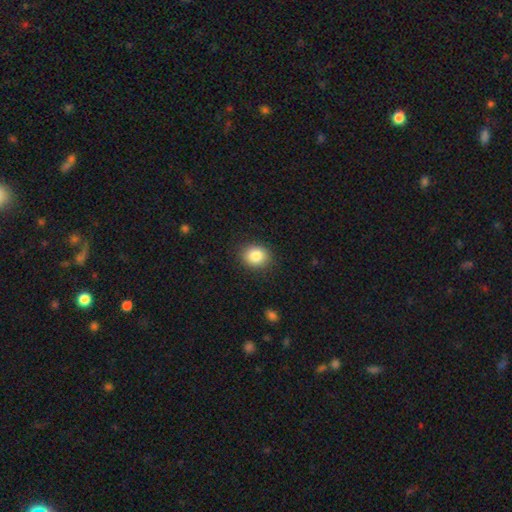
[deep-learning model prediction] A smooth galaxy with no disk features (85%) that is round (62%). Merging: none (88%).